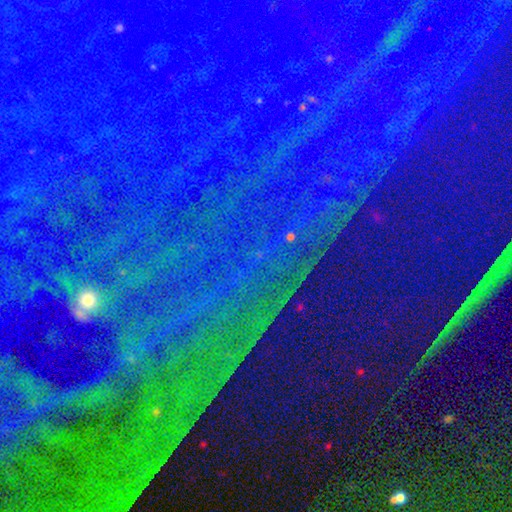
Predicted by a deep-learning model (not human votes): Smooth or featured: star or artifact — 87% (featured or disk — 7%)